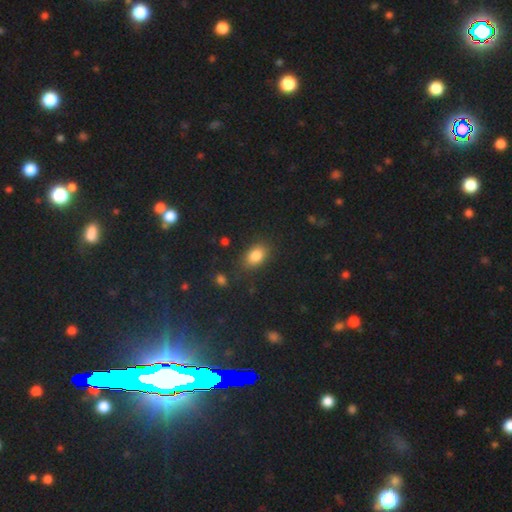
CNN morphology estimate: smooth-or-featured: smooth: 83% | star or artifact: 11% | featured or disk: 7%
  how-rounded: in between: 83% | round: 15% | cigar-shaped: 2%
  merging: none: 81% | minor disturbance: 13% | major disturbance: 4% | merger: 2%